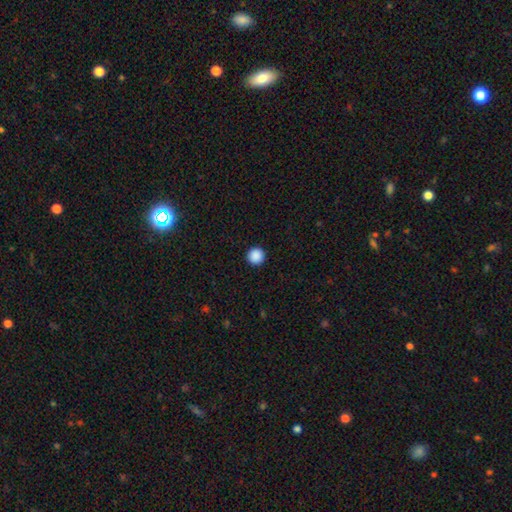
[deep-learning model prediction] smooth 89%, star or artifact 9%, featured or disk 2%. Down the decision tree: how rounded — round (96%); merging — none (93%).